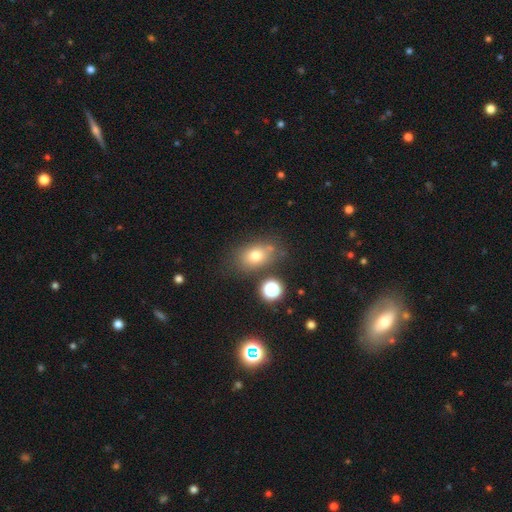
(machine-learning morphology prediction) Smooth or featured? Predicted: smooth (p=0.73). How rounded? Predicted: in between (p=0.70). Merging? Predicted: none (p=0.67).